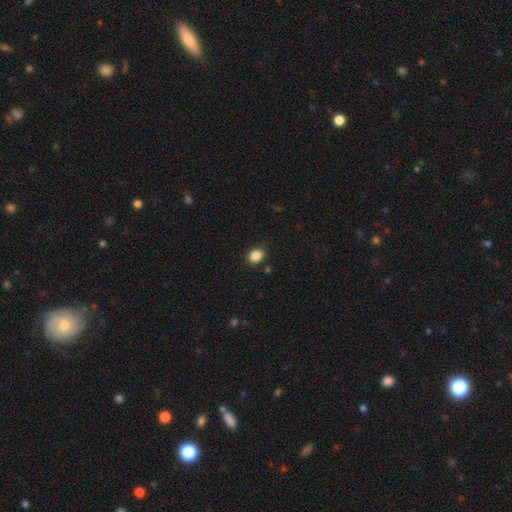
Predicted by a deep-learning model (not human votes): Smooth or featured? smooth (86%)
How rounded? round (59%)
Merging? none (87%)